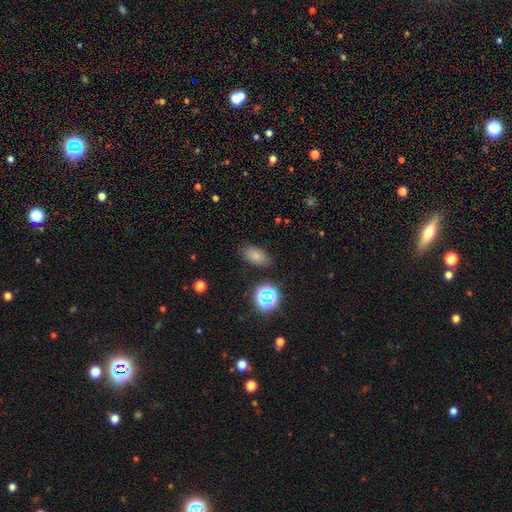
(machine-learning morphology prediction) A smooth galaxy with no disk features (77%) that is in between round and cigar-shaped (88%). Merging: none (84%).